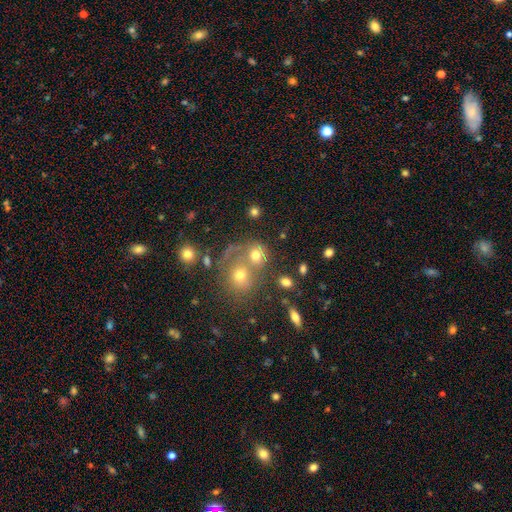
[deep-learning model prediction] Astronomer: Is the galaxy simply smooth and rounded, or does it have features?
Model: smooth — 62%.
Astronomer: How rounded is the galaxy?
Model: round — 76%.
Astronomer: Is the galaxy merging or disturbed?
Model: merger — 45% (runner-up: none, 38%).